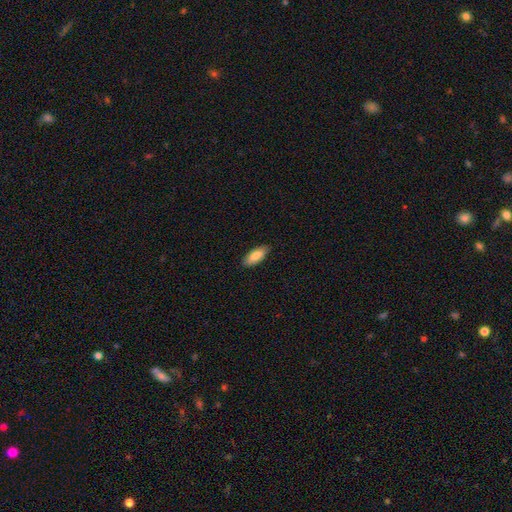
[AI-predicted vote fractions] The model was most divided on "how rounded": in between: 77%, cigar-shaped: 21%, round: 2%. More confident: merging — none (87%); smooth or featured — smooth (84%).